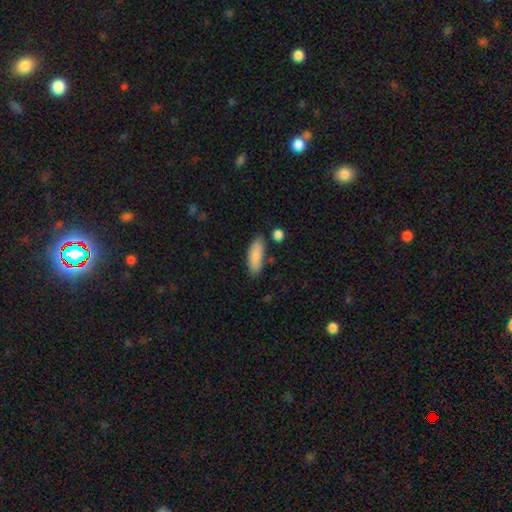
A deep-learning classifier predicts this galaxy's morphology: This appears to be a smooth galaxy with no disk features (86%) that is in between round and cigar-shaped (67%). Merging: none (79%).